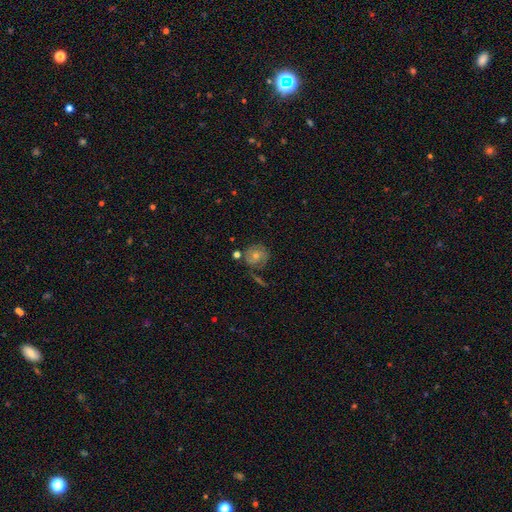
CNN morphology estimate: This appears to be a featured or disk galaxy (47%). Merging: none (70%).